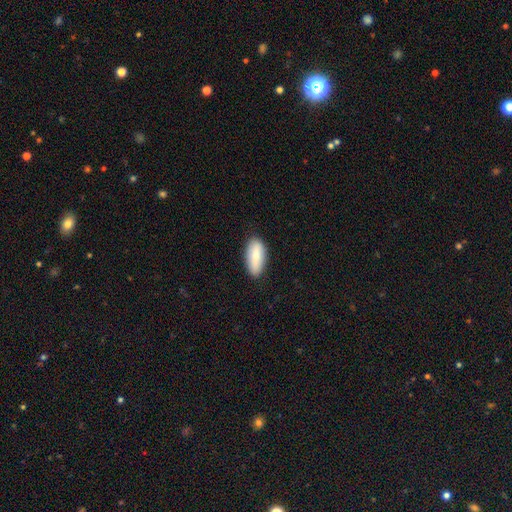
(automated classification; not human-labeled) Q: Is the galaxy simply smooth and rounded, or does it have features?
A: smooth — 78%.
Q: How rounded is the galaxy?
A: in between — 87%.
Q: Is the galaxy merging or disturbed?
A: none — 86%.